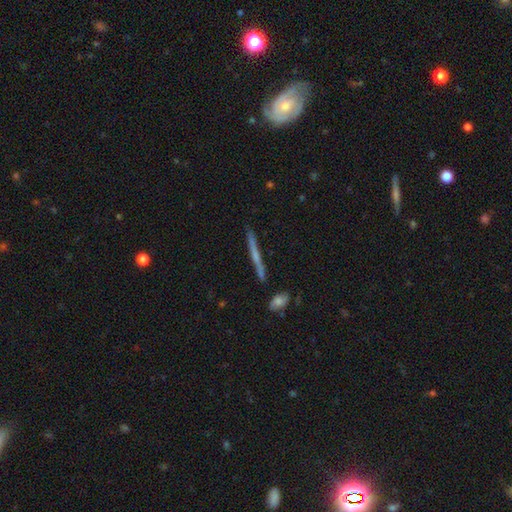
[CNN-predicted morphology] Smooth or featured? Predicted: featured or disk (p=0.60). Edge-on disk? Predicted: yes (p=0.97). Edge-on bulge? Predicted: none (p=0.59). Merging? Predicted: none (p=0.87).